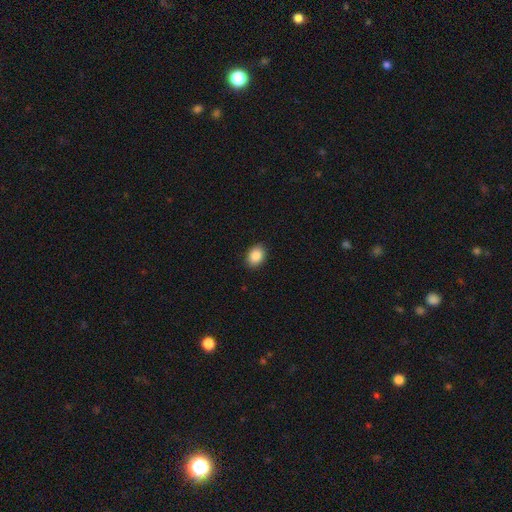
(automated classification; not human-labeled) This appears to be a smooth galaxy with no disk features (89%) that is in between round and cigar-shaped (69%). Merging: none (89%).